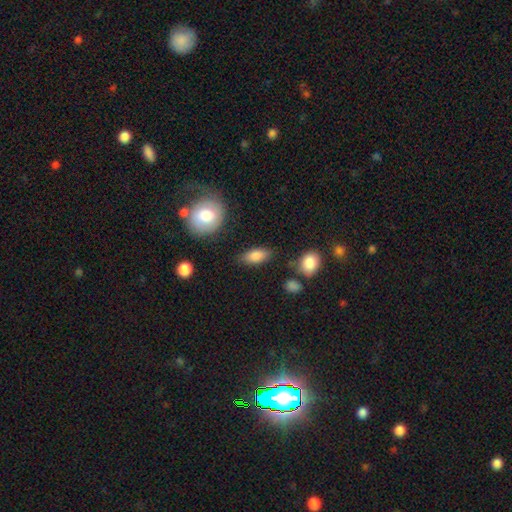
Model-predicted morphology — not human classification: This is clearly a smooth galaxy (84%). How rounded: clearly in between (86%). Merging: likely none (80%).